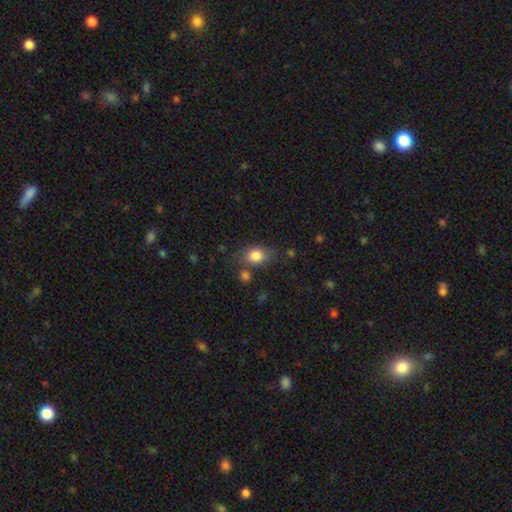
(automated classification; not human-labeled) This appears to be a smooth galaxy with no disk features (82%) that is in between round and cigar-shaped (54%). Merging: none (68%).